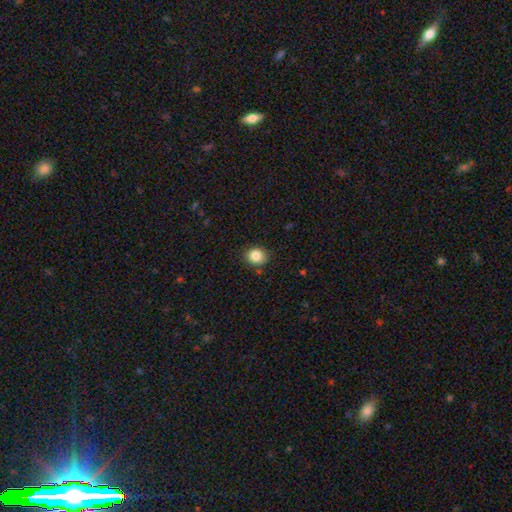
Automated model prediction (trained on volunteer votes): This appears to be a smooth galaxy with no disk features (85%) that is round (68%). Merging: none (84%).